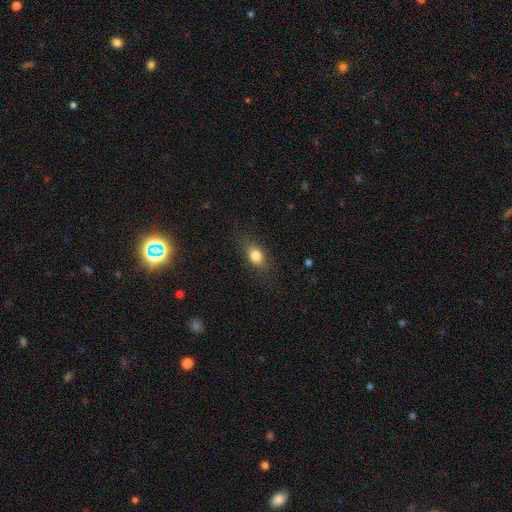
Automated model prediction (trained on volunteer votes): A smooth galaxy with no disk features (79%) that is in between round and cigar-shaped (71%).

Vote fractions:
- Smooth or featured? smooth: 79% / featured or disk: 12% / star or artifact: 10%
- How rounded? in between: 71% / round: 22% / cigar-shaped: 7%
- Merging? none: 78% / minor disturbance: 16% / major disturbance: 5% / merger: 1%